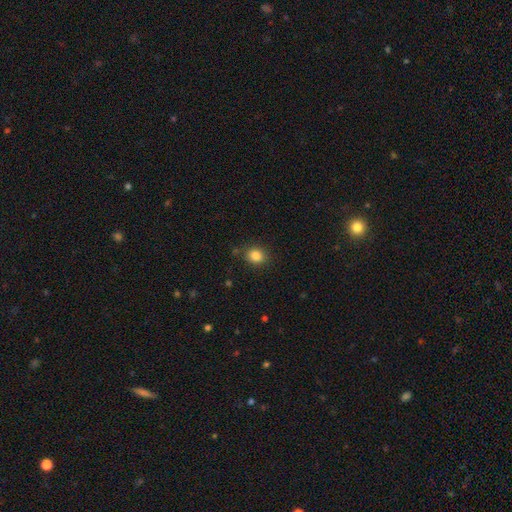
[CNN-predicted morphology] A smooth galaxy with no disk features (83%) that is round (72%).

Vote fractions:
- Smooth or featured? smooth: 83% / star or artifact: 11% / featured or disk: 6%
- How rounded? round: 72% / in between: 27% / cigar-shaped: 1%
- Merging? none: 85% / minor disturbance: 10% / major disturbance: 3% / merger: 2%